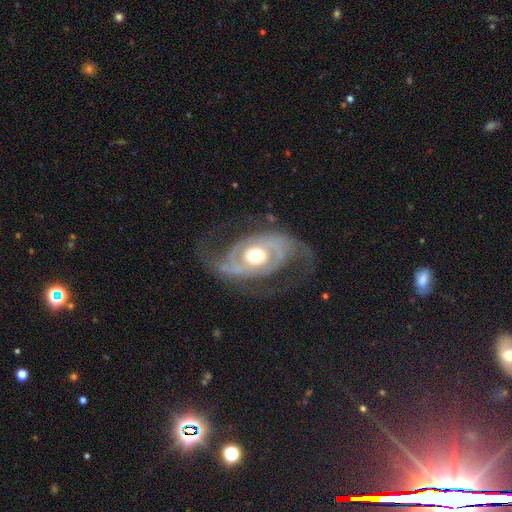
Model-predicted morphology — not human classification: type=featured or disk (88%); edge-on=no (96%); bar=no (72%); spiral arms=yes (92%); winding=medium (42%); arm count=2 (72%); bulge=moderate (68%); merging=none (60%).